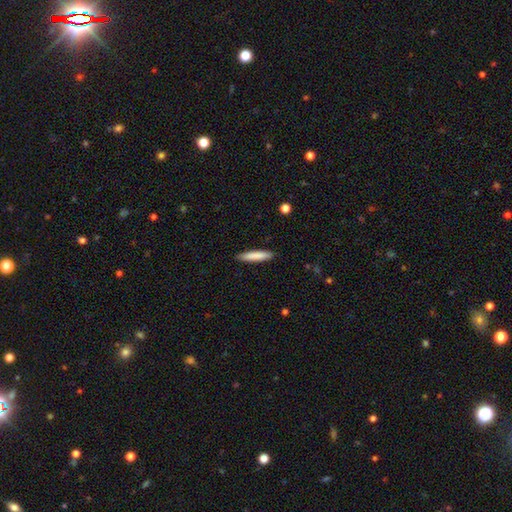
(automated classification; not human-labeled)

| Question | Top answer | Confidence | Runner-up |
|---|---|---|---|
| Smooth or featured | smooth | 83% | featured or disk (12%) |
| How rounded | cigar-shaped | 88% | in between (11%) |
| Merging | none | 89% | minor disturbance (8%) |